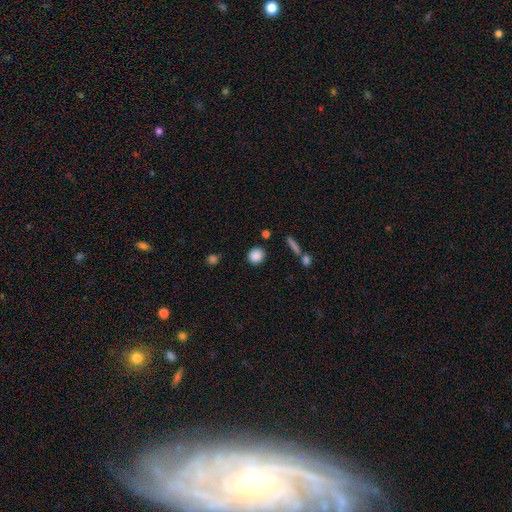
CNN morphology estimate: Q: Smooth or featured?
A: smooth (87%); runner-up: star or artifact (9%)
Q: How rounded?
A: round (86%); runner-up: in between (12%)
Q: Merging?
A: none (87%); runner-up: minor disturbance (7%)